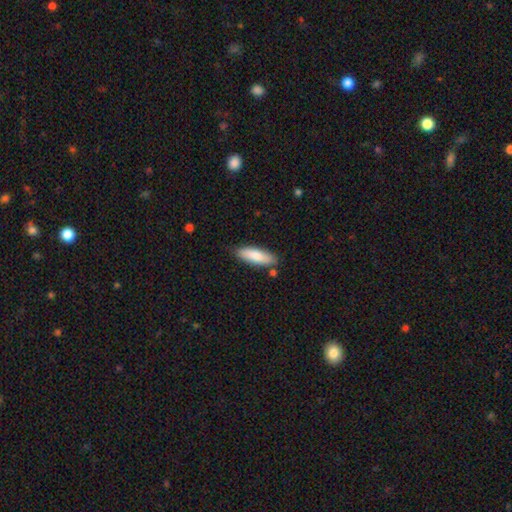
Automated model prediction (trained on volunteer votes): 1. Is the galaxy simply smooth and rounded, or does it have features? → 81% smooth, 14% featured or disk, 6% star or artifact.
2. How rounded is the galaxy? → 53% in between, 45% cigar-shaped, 2% round.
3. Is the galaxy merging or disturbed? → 82% none, 12% minor disturbance, 3% merger, 2% major disturbance.